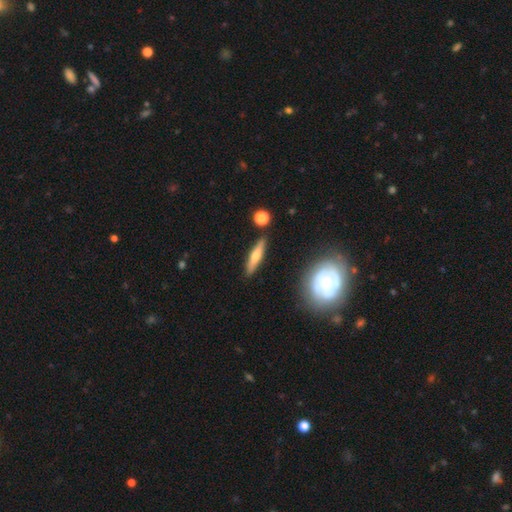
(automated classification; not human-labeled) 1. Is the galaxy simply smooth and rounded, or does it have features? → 48% featured or disk, 45% smooth, 7% star or artifact.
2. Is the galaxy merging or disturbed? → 85% none, 9% minor disturbance, 3% merger, 2% major disturbance.